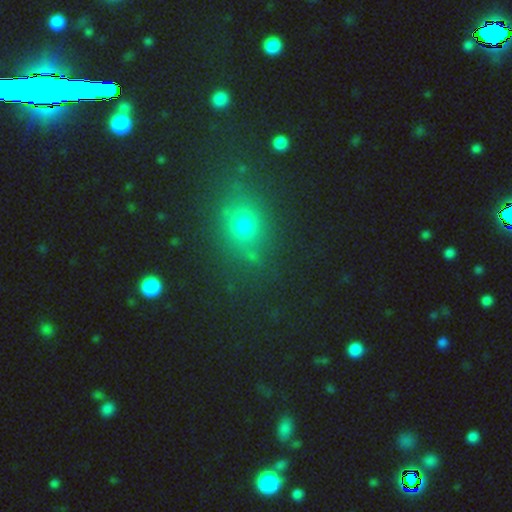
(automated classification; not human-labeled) A smooth galaxy with no disk features (57%) that is round (50%). Merging: none (82%).